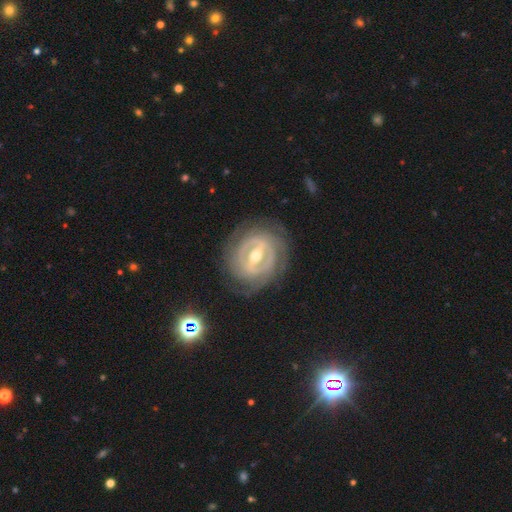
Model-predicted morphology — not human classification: Smooth or featured? featured or disk (86%)
Edge-on disk? no (94%)
Bar? strong (62%)
Spiral arms? yes (73%)
Spiral winding? tight (73%)
Spiral arm count? can't tell (42%)
Bulge size? moderate (64%)
Merging? none (78%)